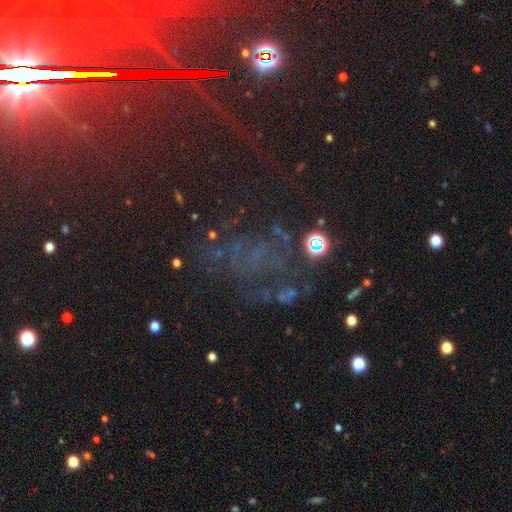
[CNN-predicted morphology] This is possibly a star or artifact rather than a galaxy (59%).